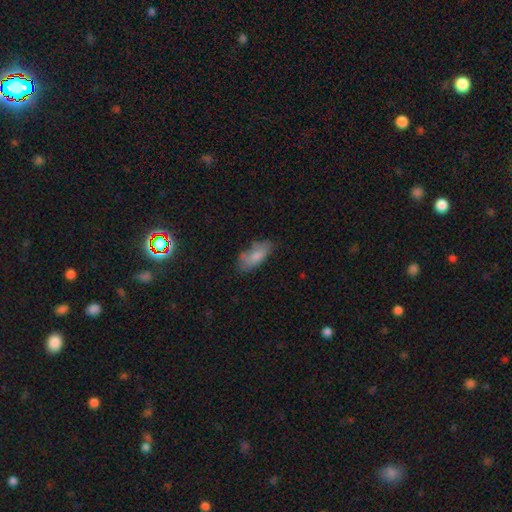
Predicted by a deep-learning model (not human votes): Smooth or featured: smooth — 77% (featured or disk — 16%)
How rounded: in between — 83% (cigar-shaped — 14%)
Merging: none — 63% (minor disturbance — 26%)